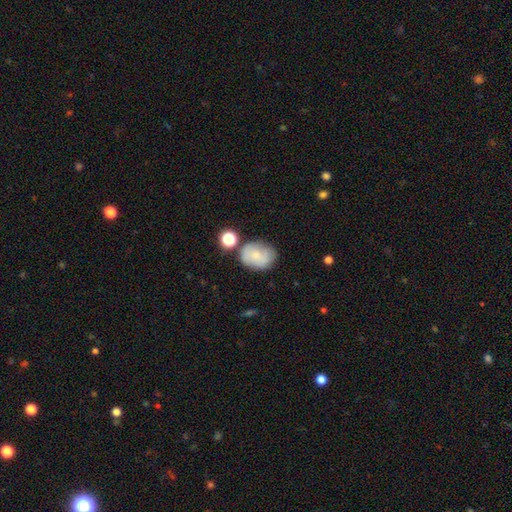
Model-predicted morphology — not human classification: This is likely a smooth galaxy (66%). How rounded: possibly in between (57%). Merging: possibly none (58%).